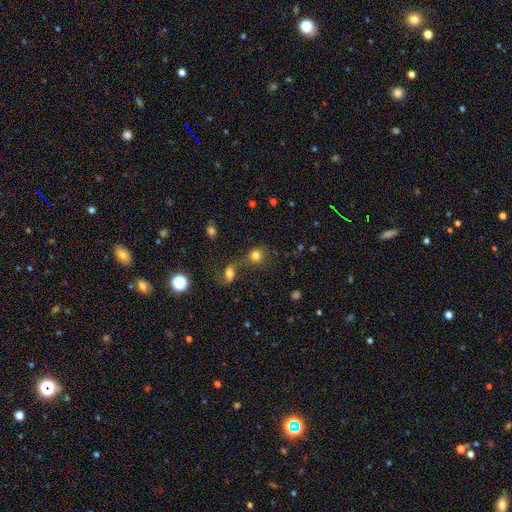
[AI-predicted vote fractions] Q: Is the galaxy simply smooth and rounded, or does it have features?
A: smooth — 78%.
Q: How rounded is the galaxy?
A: round — 81%.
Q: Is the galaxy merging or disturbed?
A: none — 49%.